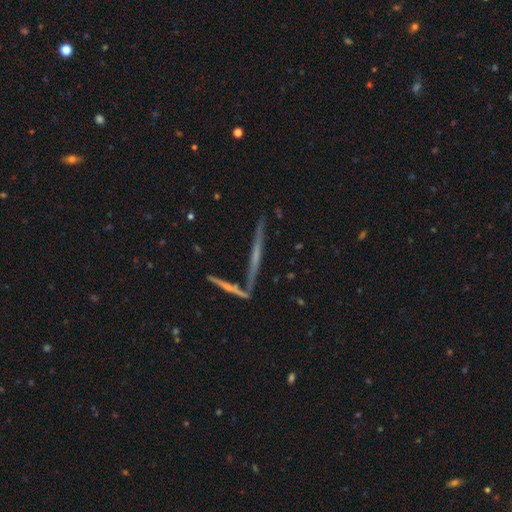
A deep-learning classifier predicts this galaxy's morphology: The model was most divided on "edge-on bulge": none: 67%, rounded: 25%, boxy: 8%. More confident: edge-on disk — yes (95%); merging — none (74%); smooth or featured — featured or disk (68%).